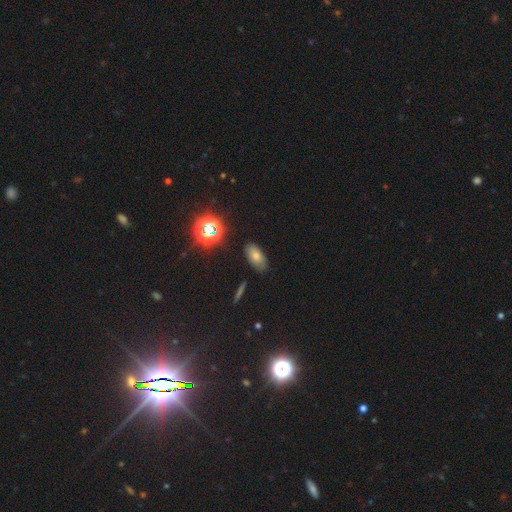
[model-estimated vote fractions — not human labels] A smooth galaxy with no disk features (70%) that is in between round and cigar-shaped (90%).

Vote fractions:
- Smooth or featured? smooth: 70% / star or artifact: 18% / featured or disk: 12%
- How rounded? in between: 90% / round: 6% / cigar-shaped: 5%
- Merging? none: 84% / minor disturbance: 11% / major disturbance: 3% / merger: 2%